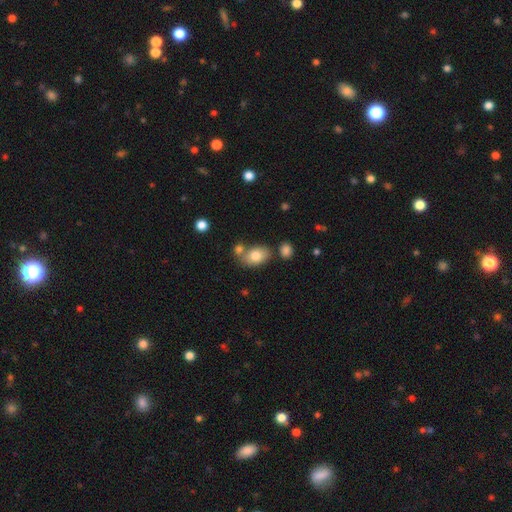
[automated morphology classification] Smooth or featured?
  - smooth: 79% *
  - featured or disk: 13%
  - star or artifact: 8%
How rounded?
  - in between: 81% *
  - round: 18%
  - cigar-shaped: 1%
Merging?
  - none: 60% *
  - merger: 21%
  - minor disturbance: 15%
  - major disturbance: 4%